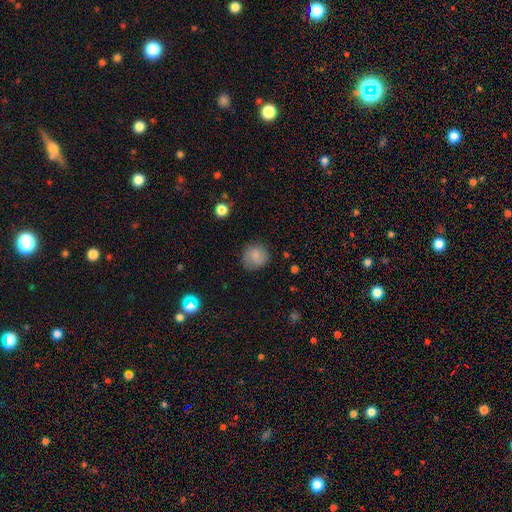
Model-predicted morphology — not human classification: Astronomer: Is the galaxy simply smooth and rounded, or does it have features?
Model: smooth — 81%.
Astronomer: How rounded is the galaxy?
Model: round — 86%.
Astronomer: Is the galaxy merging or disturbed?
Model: none — 75%.